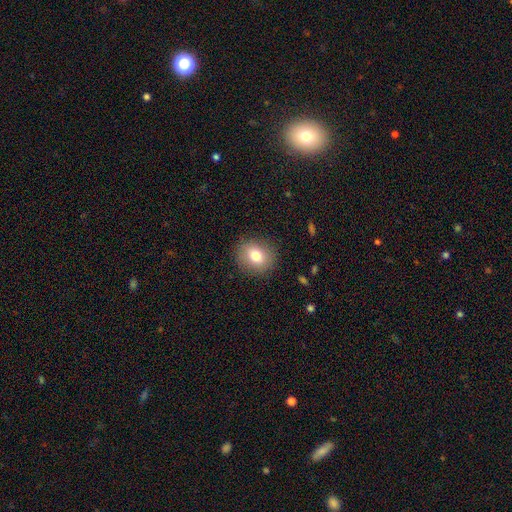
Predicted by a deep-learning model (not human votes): smooth-or-featured: smooth: 78% | featured or disk: 12% | star or artifact: 10%
  how-rounded: round: 72% | in between: 27% | cigar-shaped: 1%
  merging: none: 88% | minor disturbance: 8% | major disturbance: 3% | merger: 1%